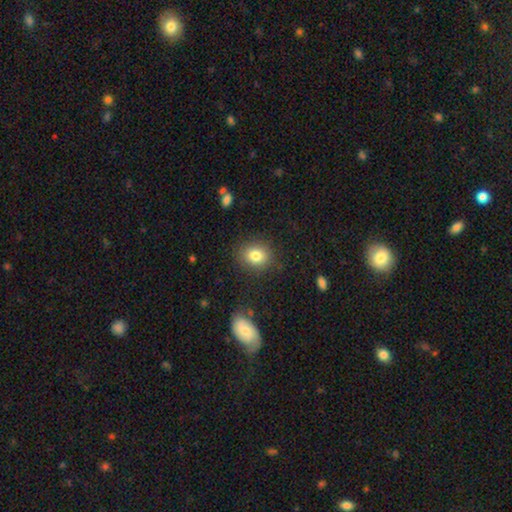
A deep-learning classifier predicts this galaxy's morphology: smooth_or_featured: smooth (p=0.81) [alt: star or artifact p=0.10]
how_rounded: round (p=0.60) [alt: in between p=0.39]
merging: none (p=0.85) [alt: minor disturbance p=0.10]